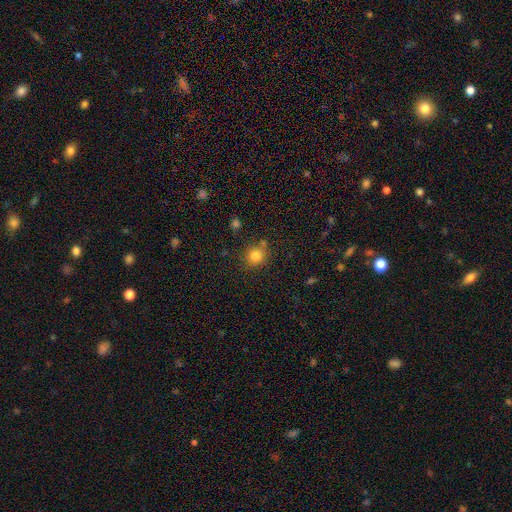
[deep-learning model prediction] Overall: smooth (81%). How rounded: round (83%). Merging: none (76%).